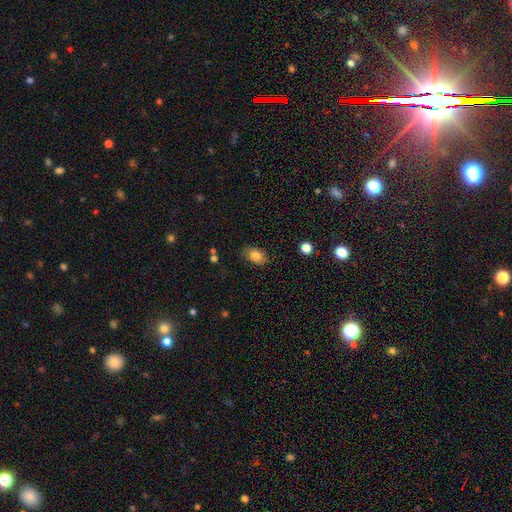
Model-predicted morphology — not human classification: A smooth galaxy with no disk features (82%) that is in between round and cigar-shaped (81%).

Vote fractions:
- Smooth or featured? smooth: 82% / star or artifact: 10% / featured or disk: 8%
- How rounded? in between: 81% / round: 18% / cigar-shaped: 1%
- Merging? none: 81% / minor disturbance: 14% / major disturbance: 3% / merger: 2%